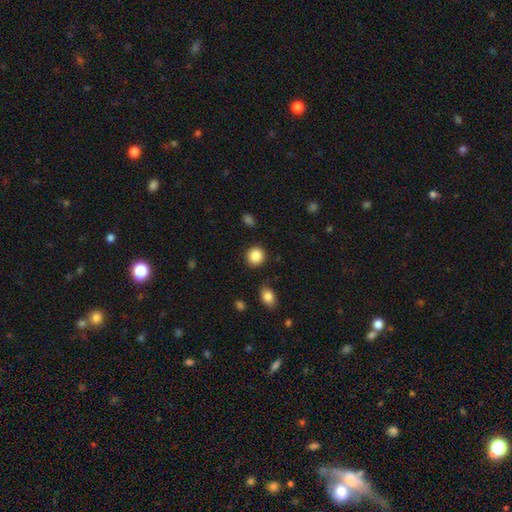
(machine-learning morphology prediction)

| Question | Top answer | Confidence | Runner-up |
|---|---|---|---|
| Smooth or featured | smooth | 87% | star or artifact (9%) |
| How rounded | round | 86% | in between (13%) |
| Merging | none | 88% | minor disturbance (7%) |